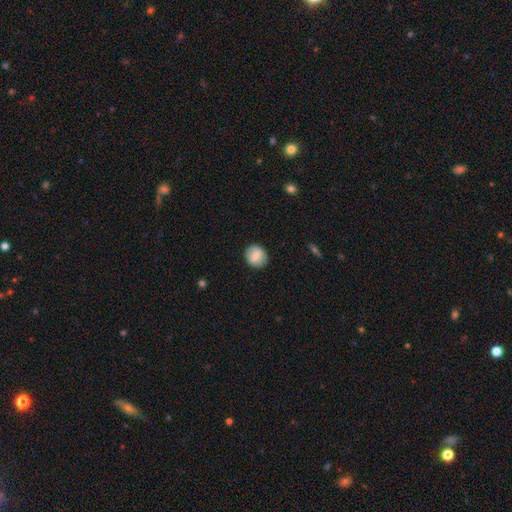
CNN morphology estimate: This appears to be a smooth galaxy with no disk features (75%) that is round (75%). Merging: none (85%).